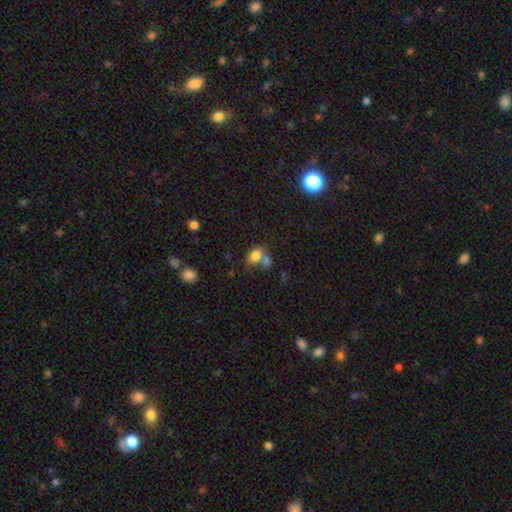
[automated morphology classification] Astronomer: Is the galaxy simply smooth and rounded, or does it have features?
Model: smooth — 79%.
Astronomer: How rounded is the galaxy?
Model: in between — 70%.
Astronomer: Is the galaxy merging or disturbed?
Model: merger — 44% (runner-up: none, 37%).